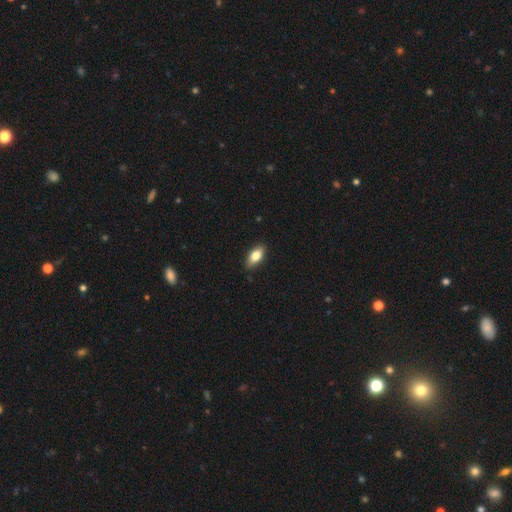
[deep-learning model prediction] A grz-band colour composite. It shows a smooth galaxy with no disk features (78%) that is in between round and cigar-shaped (86%). Merging: none (84%).